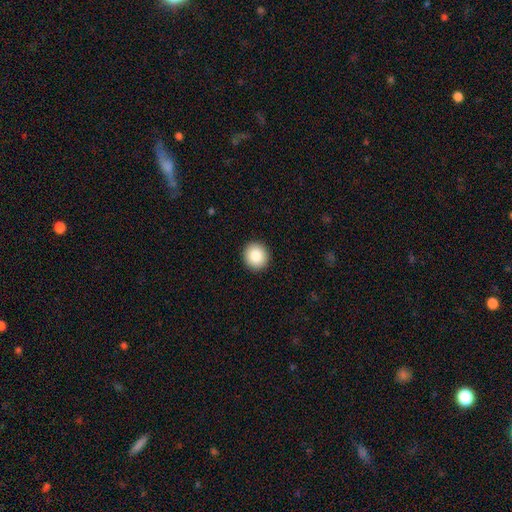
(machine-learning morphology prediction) Smooth or featured? Predicted: smooth (p=0.86). How rounded? Predicted: round (p=0.90). Merging? Predicted: none (p=0.93).